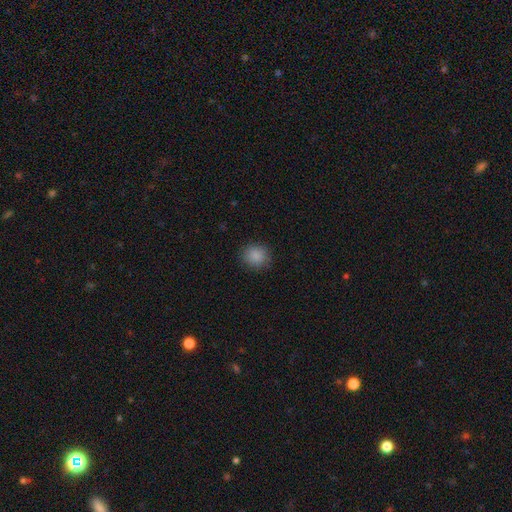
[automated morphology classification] Overall: smooth (87%). How rounded: round (81%). Merging: none (87%).